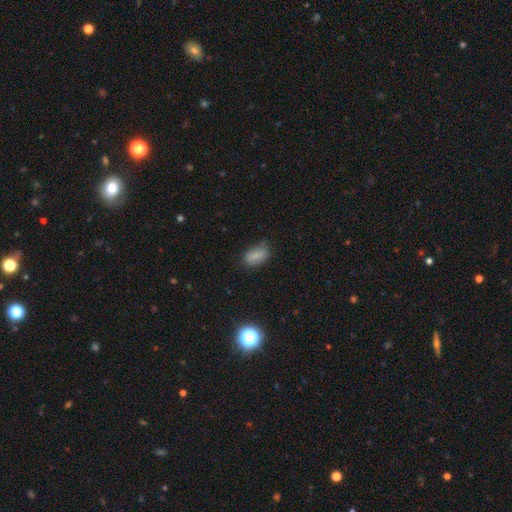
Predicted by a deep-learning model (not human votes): The model was most divided on "merging": none: 69%, minor disturbance: 25%, major disturbance: 5%, merger: 2%. More confident: how rounded — in between (90%); smooth or featured — smooth (81%).